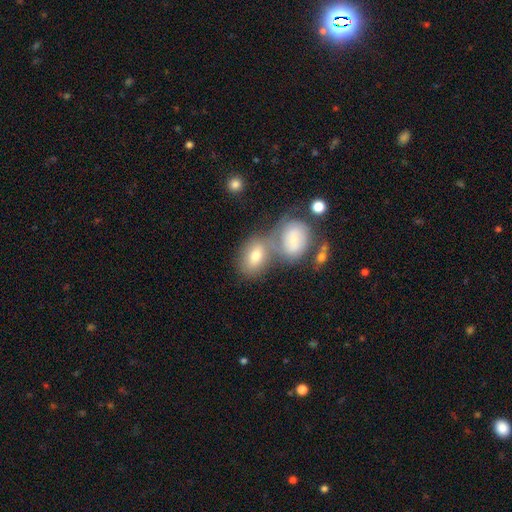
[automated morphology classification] Smooth or featured: smooth — 68% (featured or disk — 24%)
How rounded: in between — 75% (round — 23%)
Merging: merger — 49% (none — 35%)